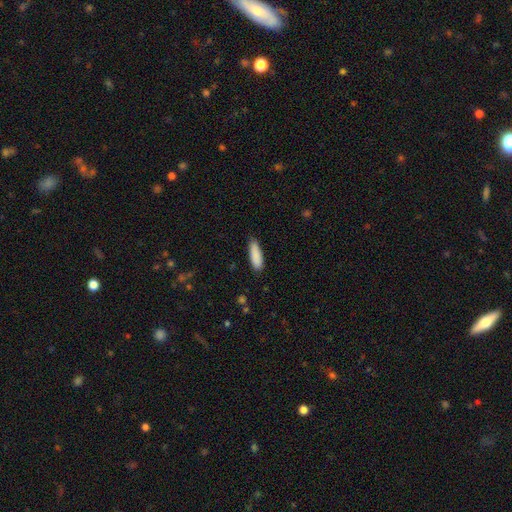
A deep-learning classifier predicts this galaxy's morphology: smooth 89%, star or artifact 6%, featured or disk 5%. Down the decision tree: how rounded — cigar-shaped (50%); merging — none (83%).